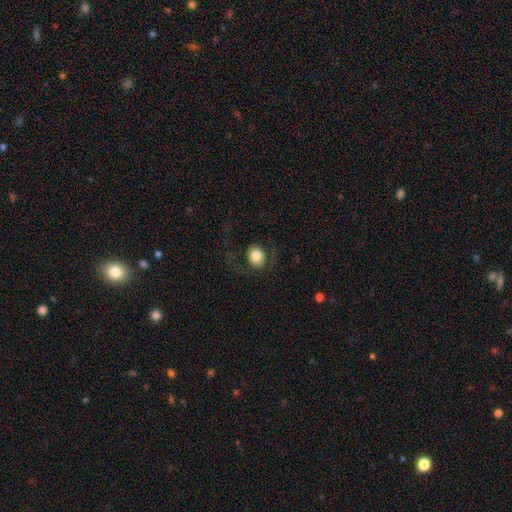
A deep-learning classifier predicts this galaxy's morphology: type=smooth (70%); roundness=round (66%); merging=none (70%).